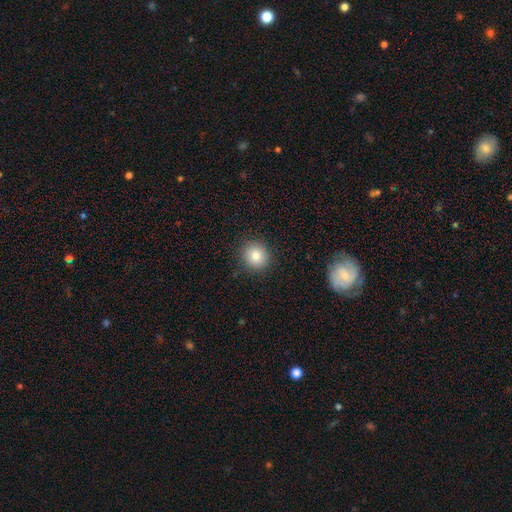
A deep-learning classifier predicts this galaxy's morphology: The model was most divided on "smooth or featured": smooth: 81%, star or artifact: 11%, featured or disk: 8%. More confident: how rounded — round (89%); merging — none (89%).